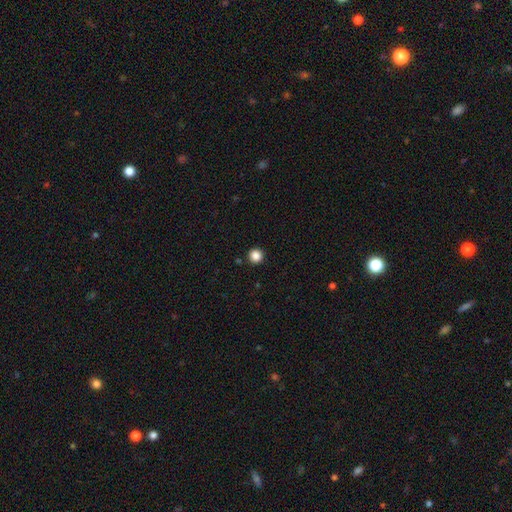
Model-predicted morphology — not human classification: smooth_or_featured: smooth (p=0.86) [alt: star or artifact p=0.11]
how_rounded: round (p=0.96) [alt: in between p=0.03]
merging: none (p=0.93) [alt: minor disturbance p=0.04]